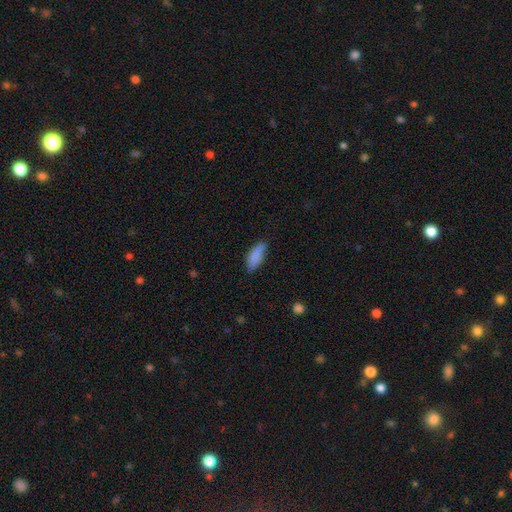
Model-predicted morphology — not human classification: Smooth or featured? smooth (86%)
How rounded? in between (72%)
Merging? none (70%)